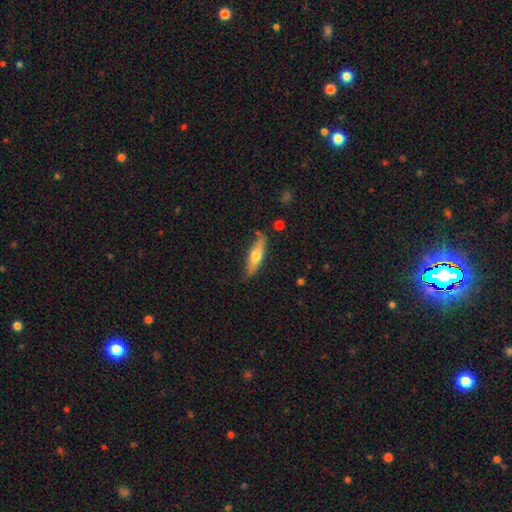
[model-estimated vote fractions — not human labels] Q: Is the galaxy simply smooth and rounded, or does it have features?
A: smooth — 54%.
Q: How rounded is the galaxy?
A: cigar-shaped — 63%.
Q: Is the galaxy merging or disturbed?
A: none — 79%.